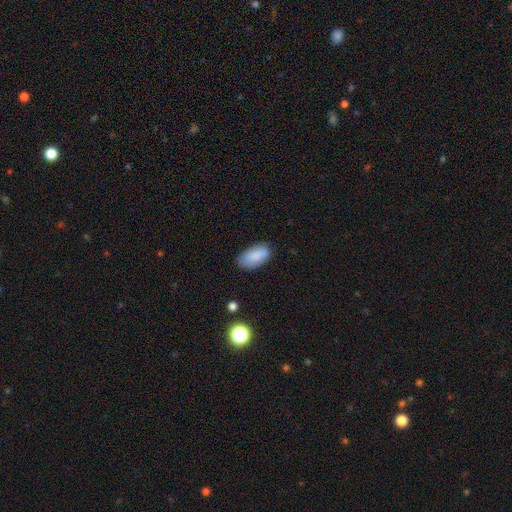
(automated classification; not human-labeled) Q: Smooth or featured?
A: smooth (86%); runner-up: star or artifact (7%)
Q: How rounded?
A: in between (94%); runner-up: round (3%)
Q: Merging?
A: none (79%); runner-up: minor disturbance (17%)